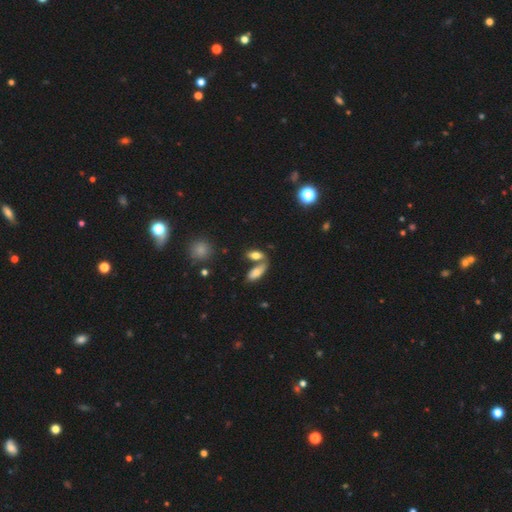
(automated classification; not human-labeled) smooth 74%, featured or disk 17%, star or artifact 9%. Down the decision tree: how rounded — in between (79%); merging — none (46%).